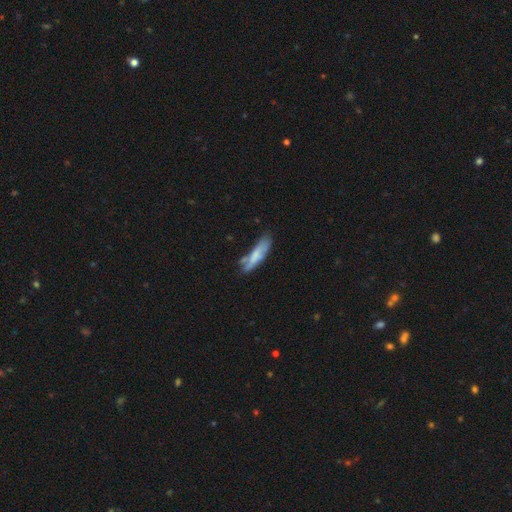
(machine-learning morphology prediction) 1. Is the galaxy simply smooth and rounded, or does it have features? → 64% smooth, 29% featured or disk, 7% star or artifact.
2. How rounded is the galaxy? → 68% cigar-shaped, 30% in between, 2% round.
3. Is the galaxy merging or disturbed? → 52% none, 27% minor disturbance, 11% merger, 10% major disturbance.